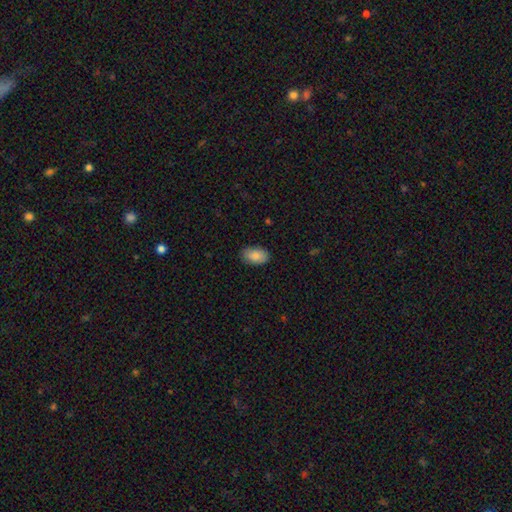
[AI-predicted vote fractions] A smooth galaxy with no disk features (86%) that is in between round and cigar-shaped (93%). Merging: none (86%).